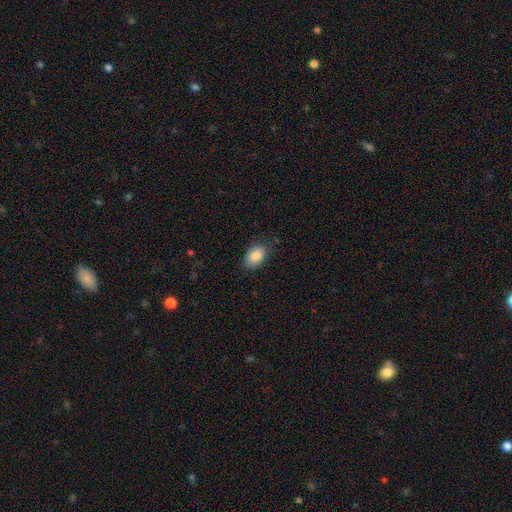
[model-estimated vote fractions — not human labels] This is clearly a smooth galaxy (87%). How rounded: clearly in between (88%). Merging: clearly none (80%).